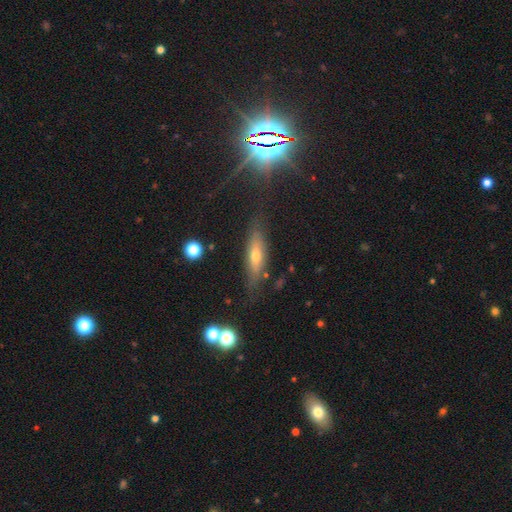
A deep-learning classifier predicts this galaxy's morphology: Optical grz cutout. It shows a featured or disk galaxy (45%). Merging: none (77%).